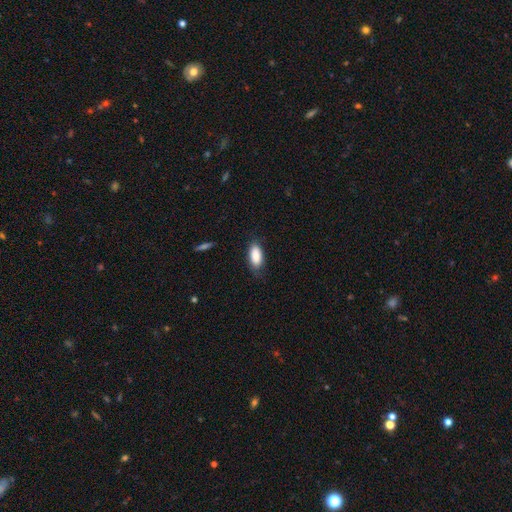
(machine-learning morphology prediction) A smooth galaxy with no disk features (88%) that is in between round and cigar-shaped (89%).

Vote fractions:
- Smooth or featured? smooth: 88% / star or artifact: 6% / featured or disk: 6%
- How rounded? in between: 89% / cigar-shaped: 8% / round: 3%
- Merging? none: 75% / minor disturbance: 19% / major disturbance: 4% / merger: 1%